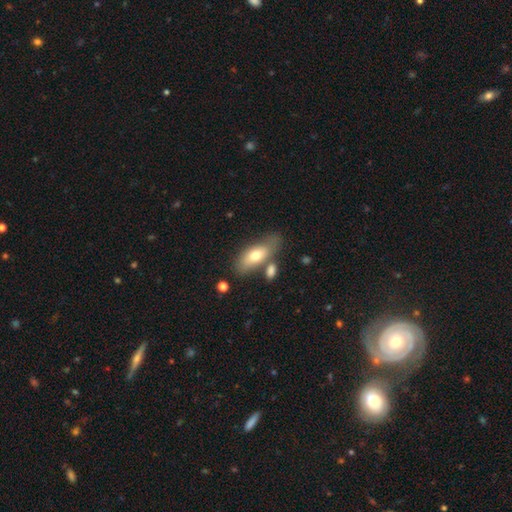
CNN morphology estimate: This is likely a smooth galaxy (69%). How rounded: likely in between (79%). Merging: possibly none (54%).